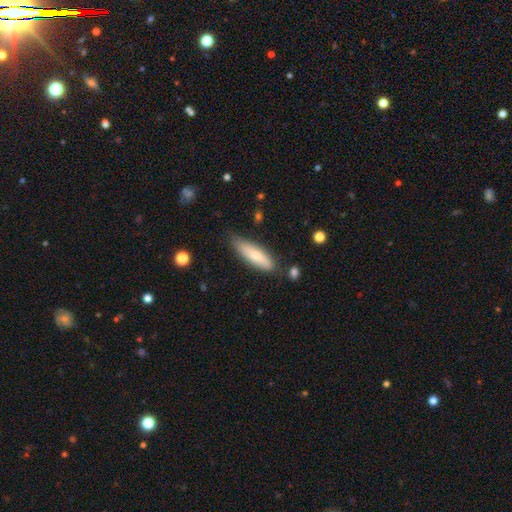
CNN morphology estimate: A smooth galaxy with no disk features (72%) that is cigar-shaped (60%).

Vote fractions:
- Smooth or featured? smooth: 72% / featured or disk: 23% / star or artifact: 6%
- How rounded? cigar-shaped: 60% / in between: 39% / round: 2%
- Merging? none: 74% / minor disturbance: 20% / major disturbance: 3% / merger: 3%